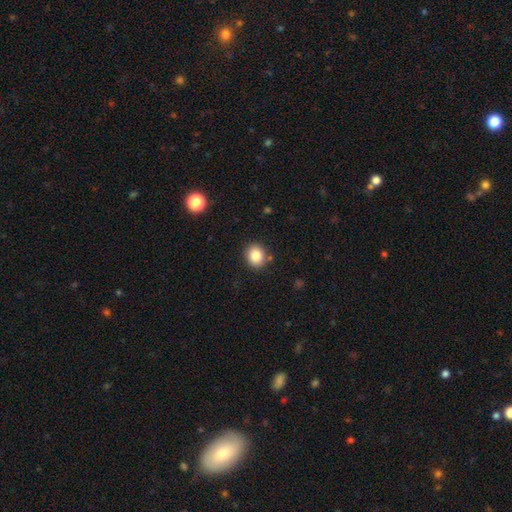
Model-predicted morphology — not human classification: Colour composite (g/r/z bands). It shows a smooth galaxy with no disk features (83%) that is round (74%). Merging: none (86%).